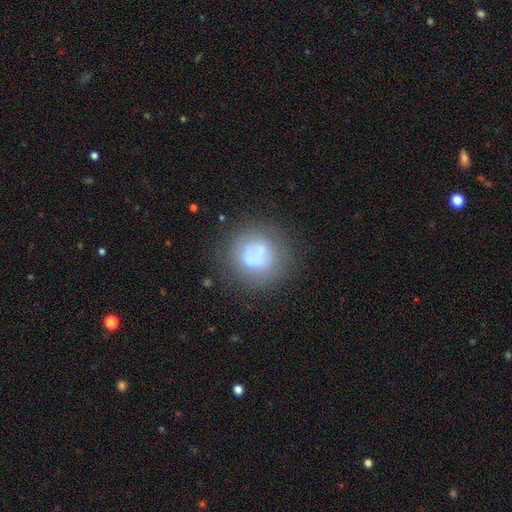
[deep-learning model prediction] A smooth galaxy with no disk features (56%) that is round (91%). Merging: none (65%).